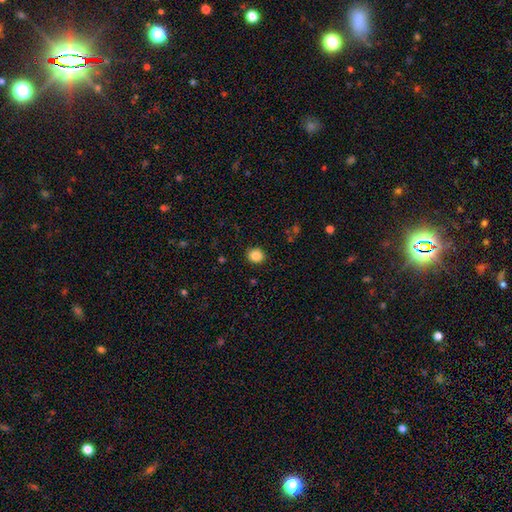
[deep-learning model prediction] This is clearly a smooth galaxy (86%). How rounded: likely round (74%). Merging: clearly none (90%).